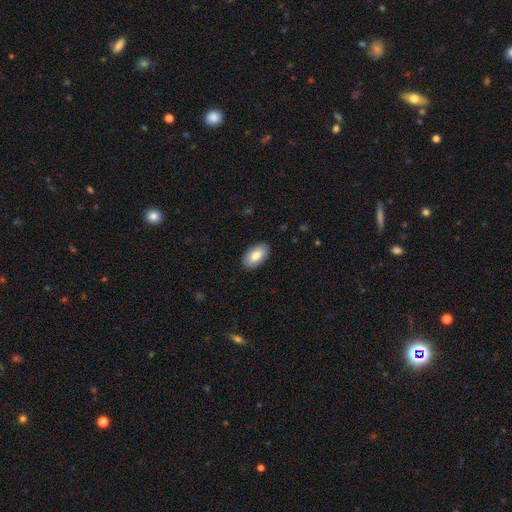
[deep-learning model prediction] Smooth or featured?
  - smooth: 83% *
  - featured or disk: 11%
  - star or artifact: 6%
How rounded?
  - in between: 95% *
  - round: 3%
  - cigar-shaped: 2%
Merging?
  - none: 89% *
  - minor disturbance: 8%
  - major disturbance: 2%
  - merger: 1%